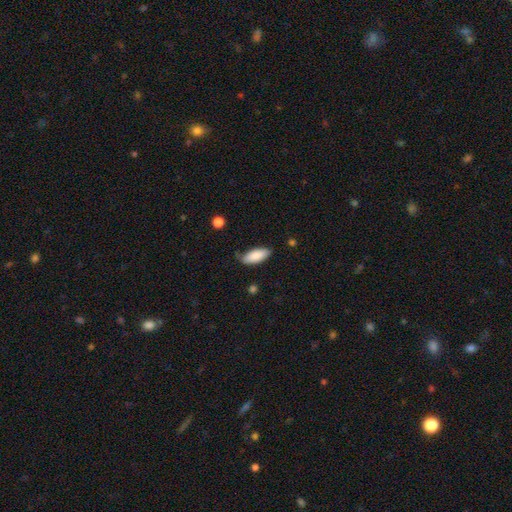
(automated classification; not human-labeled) Smooth or featured: smooth — 87% (featured or disk — 7%)
How rounded: in between — 83% (cigar-shaped — 16%)
Merging: none — 72% (minor disturbance — 22%)